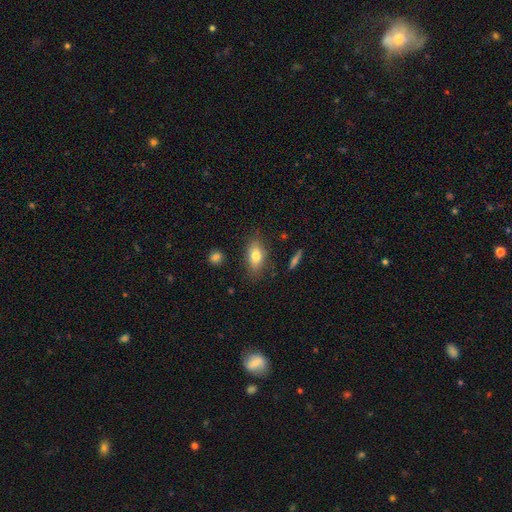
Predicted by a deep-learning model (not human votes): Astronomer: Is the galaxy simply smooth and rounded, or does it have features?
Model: smooth — 77%.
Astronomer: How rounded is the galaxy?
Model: in between — 84%.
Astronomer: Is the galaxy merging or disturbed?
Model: none — 79%.